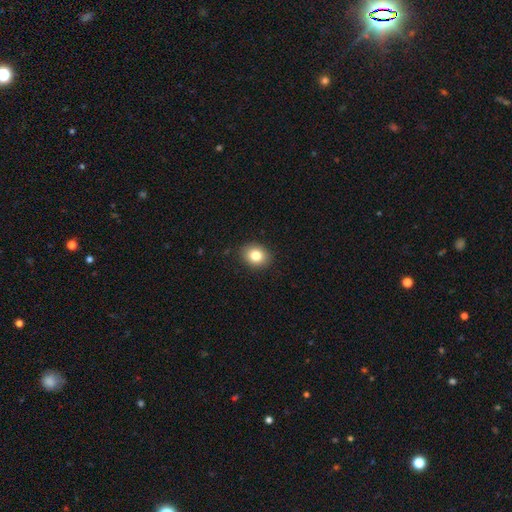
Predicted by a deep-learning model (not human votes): Overall: smooth (82%). How rounded: round (54%; in between 45%). Merging: none (89%).